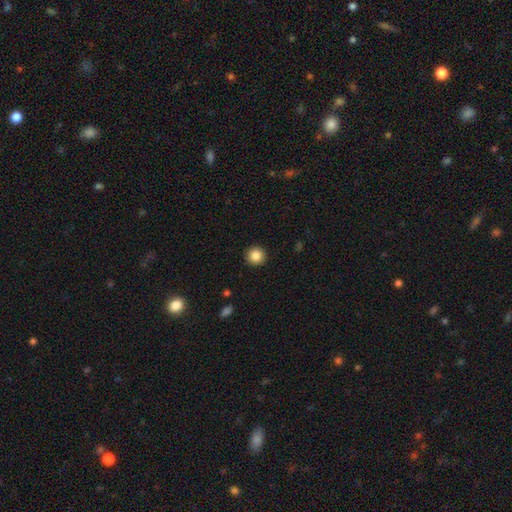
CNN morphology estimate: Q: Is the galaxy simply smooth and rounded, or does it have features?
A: smooth — 86%.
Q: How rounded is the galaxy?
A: round — 95%.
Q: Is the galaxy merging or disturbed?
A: none — 92%.